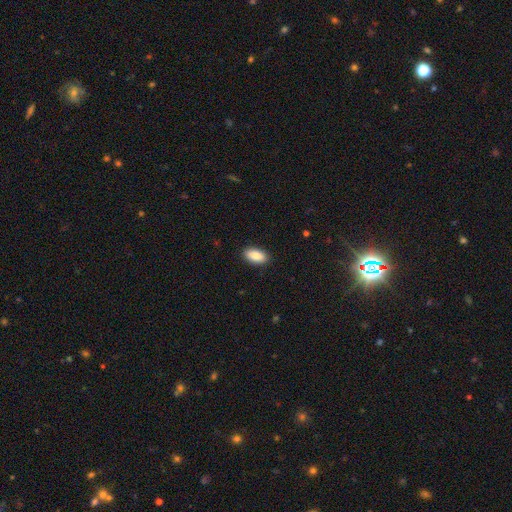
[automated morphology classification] Smooth or featured?
  - smooth: 88% *
  - star or artifact: 7%
  - featured or disk: 6%
How rounded?
  - in between: 93% *
  - cigar-shaped: 4%
  - round: 3%
Merging?
  - none: 90% *
  - minor disturbance: 7%
  - major disturbance: 2%
  - merger: 1%